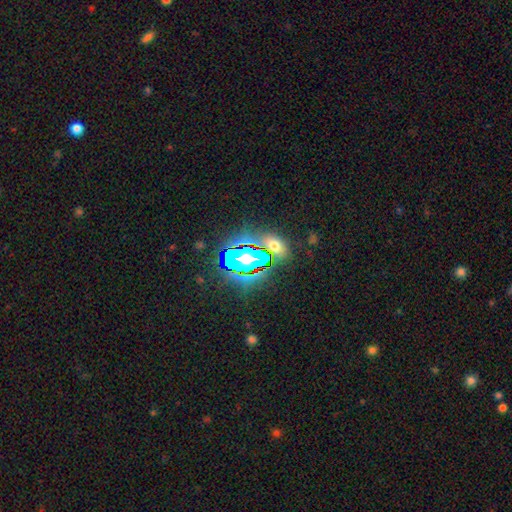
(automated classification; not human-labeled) This appears to be a star or artifact, not a galaxy (80%).